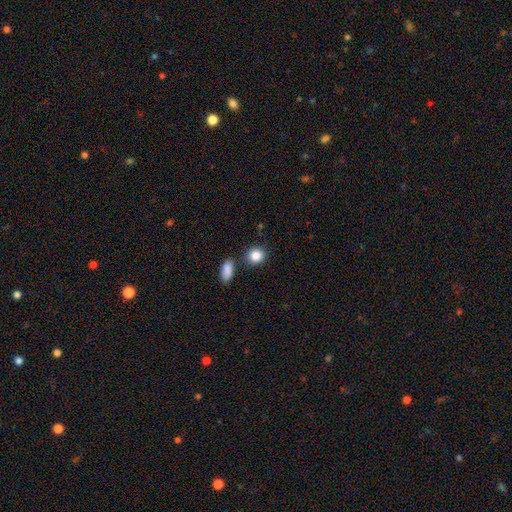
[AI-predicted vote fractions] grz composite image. It shows a smooth galaxy with no disk features (87%) that is round (68%). Merging: none (76%).